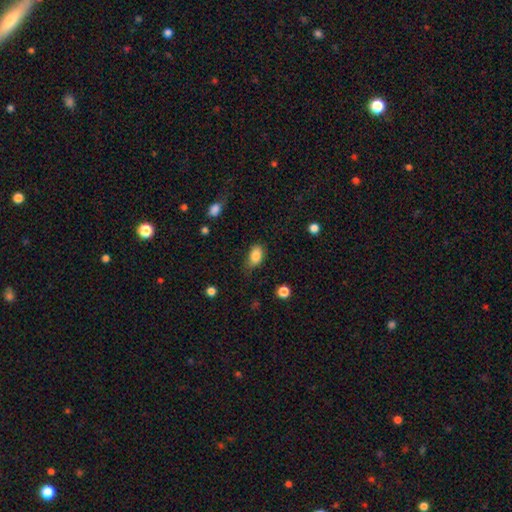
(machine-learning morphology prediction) smooth-or-featured: smooth: 85% | star or artifact: 8% | featured or disk: 6%
  how-rounded: in between: 88% | round: 9% | cigar-shaped: 2%
  merging: none: 63% | minor disturbance: 28% | major disturbance: 8% | merger: 2%